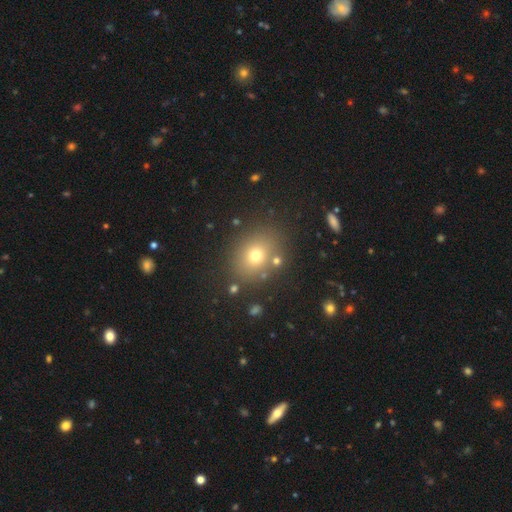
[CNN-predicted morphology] Smooth or featured?
  - smooth: 69% *
  - star or artifact: 18%
  - featured or disk: 13%
How rounded?
  - round: 59% *
  - in between: 40%
  - cigar-shaped: 1%
Merging?
  - none: 82% *
  - minor disturbance: 9%
  - merger: 5%
  - major disturbance: 4%